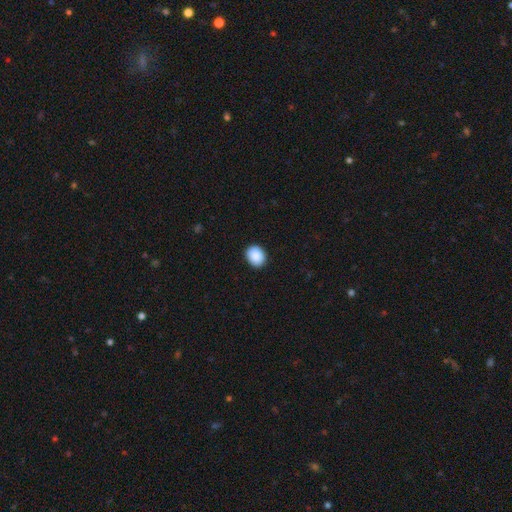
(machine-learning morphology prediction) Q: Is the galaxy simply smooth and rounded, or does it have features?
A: smooth — 90%.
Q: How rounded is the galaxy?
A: round — 55%.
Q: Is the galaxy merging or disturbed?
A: none — 90%.